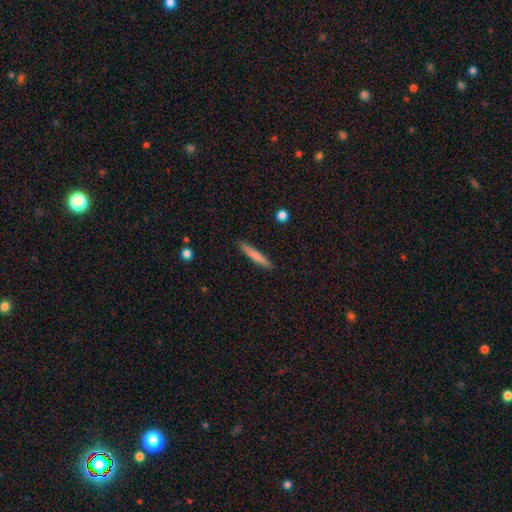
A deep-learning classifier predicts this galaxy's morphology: This appears to be a smooth galaxy with no disk features (75%) that is cigar-shaped (93%). Merging: none (89%).